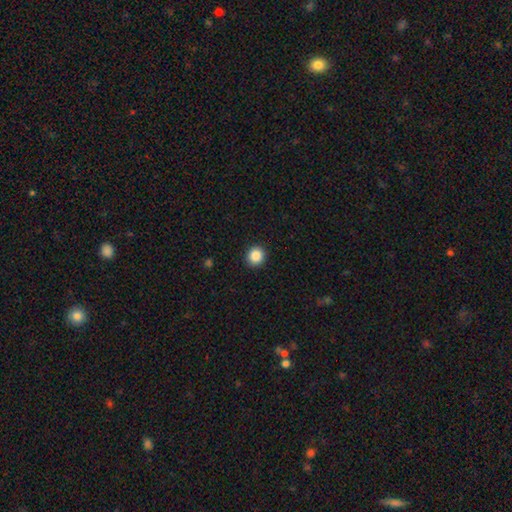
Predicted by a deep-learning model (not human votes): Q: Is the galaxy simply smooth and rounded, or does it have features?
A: smooth — 88%.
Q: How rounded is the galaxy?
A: round — 88%.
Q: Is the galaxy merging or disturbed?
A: none — 92%.